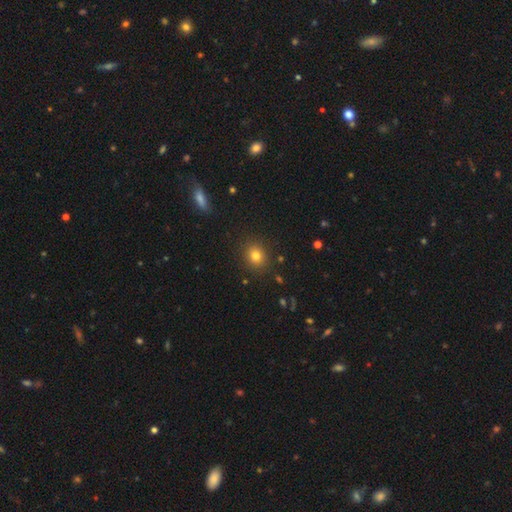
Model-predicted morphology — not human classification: A smooth galaxy with no disk features (79%) that is round (78%). Merging: none (89%).